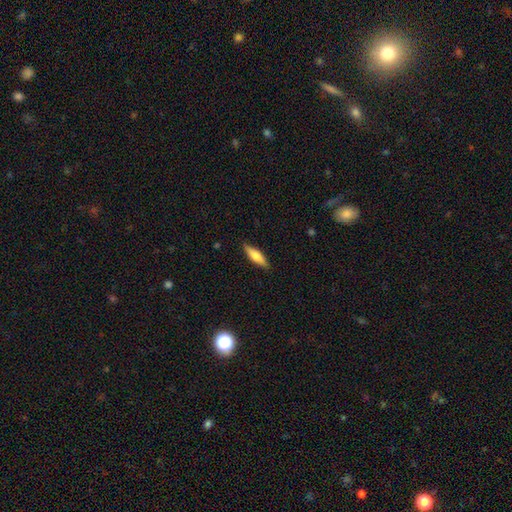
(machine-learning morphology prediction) Smooth or featured? smooth (64%)
How rounded? cigar-shaped (60%)
Merging? none (88%)